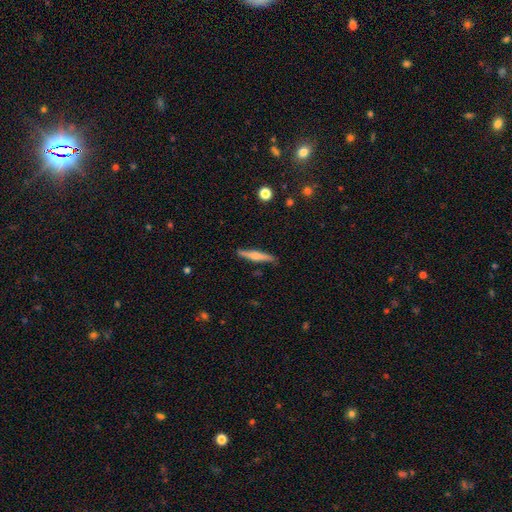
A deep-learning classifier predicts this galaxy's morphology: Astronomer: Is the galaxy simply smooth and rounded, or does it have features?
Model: smooth — 48% (runner-up: featured or disk, 46%).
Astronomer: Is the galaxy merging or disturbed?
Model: none — 86%.